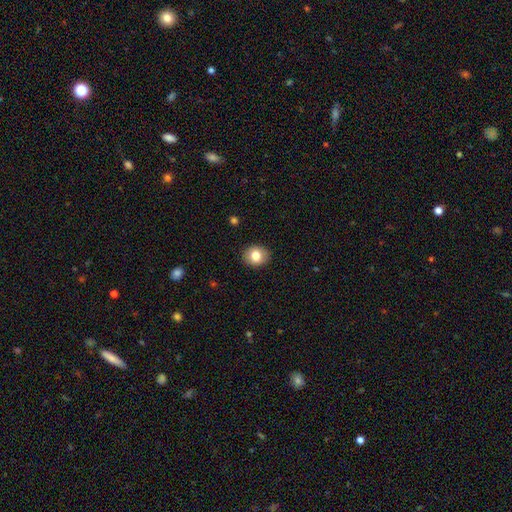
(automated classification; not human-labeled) smooth 81%, featured or disk 9%, star or artifact 9%. Down the decision tree: how rounded — round (69%); merging — none (91%).